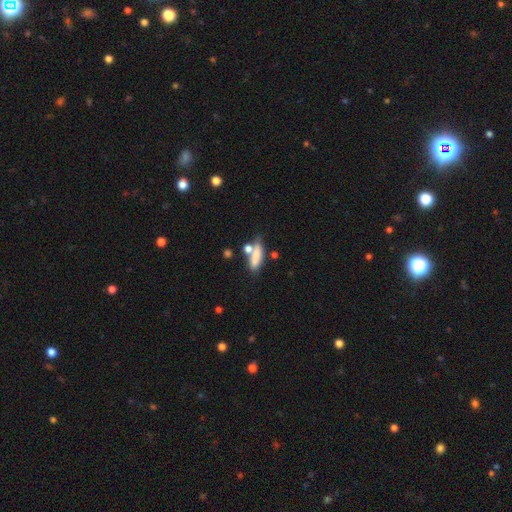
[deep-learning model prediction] A smooth galaxy with no disk features (72%) that is in between round and cigar-shaped (47%, tied with cigar-shaped). Merging: none (43%).